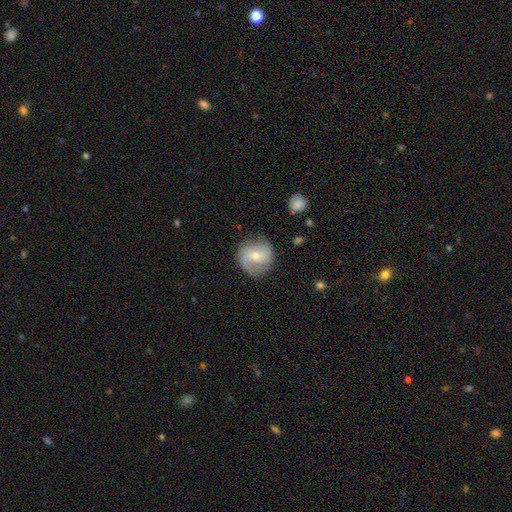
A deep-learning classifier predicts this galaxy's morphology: Overall: featured or disk (63%; smooth 30%). Edge-on disk: no (97%). Bar: weak (44%; no 43%). Spiral arms: yes (88%). Spiral arm count: 2 (73%). Spiral winding: medium (43%; loose 32%). Bulge size: small (52%; moderate 44%). Merging: none (76%).